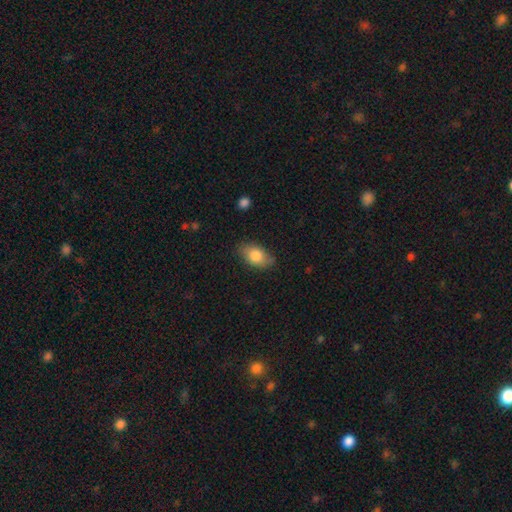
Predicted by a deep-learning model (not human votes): Morphology: type=smooth (80%); roundness=in between (89%); merging=none (78%).